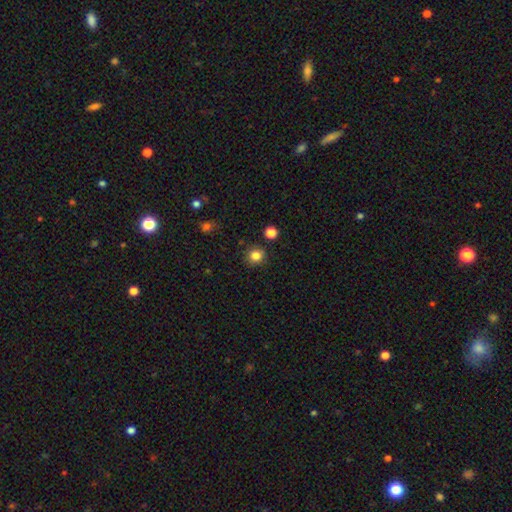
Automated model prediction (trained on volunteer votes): Smooth or featured? Predicted: smooth (p=0.83). How rounded? Predicted: round (p=0.88). Merging? Predicted: none (p=0.88).